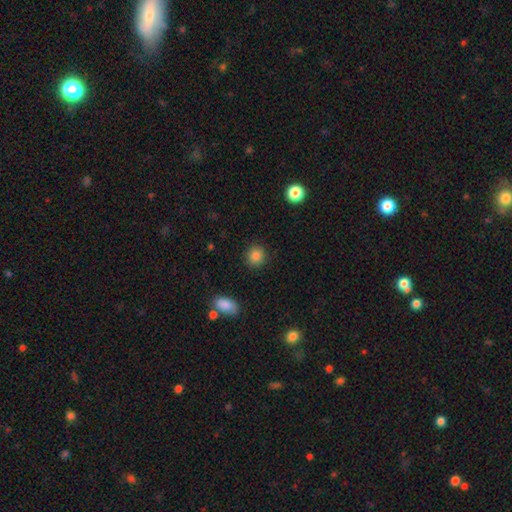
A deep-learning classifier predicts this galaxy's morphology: Smooth or featured? Predicted: smooth (p=0.86). How rounded? Predicted: round (p=0.86). Merging? Predicted: none (p=0.88).